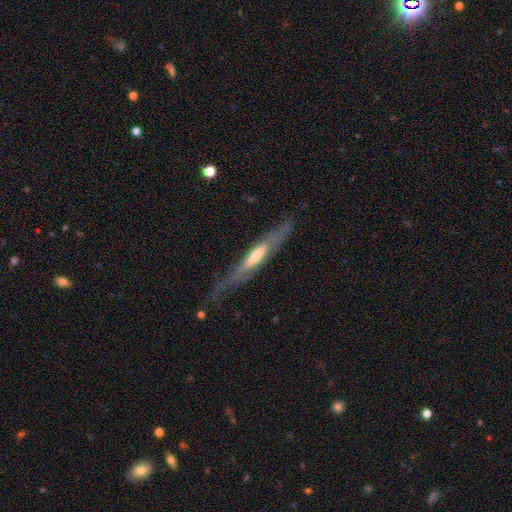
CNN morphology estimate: smooth-or-featured: featured or disk: 64% | smooth: 30% | star or artifact: 6%
  disk-edge-on: yes: 80% | no: 20%
    edge-on-bulge: rounded: 43% | none: 38% | boxy: 19%
  merging: none: 65% | minor disturbance: 23% | major disturbance: 10% | merger: 2%